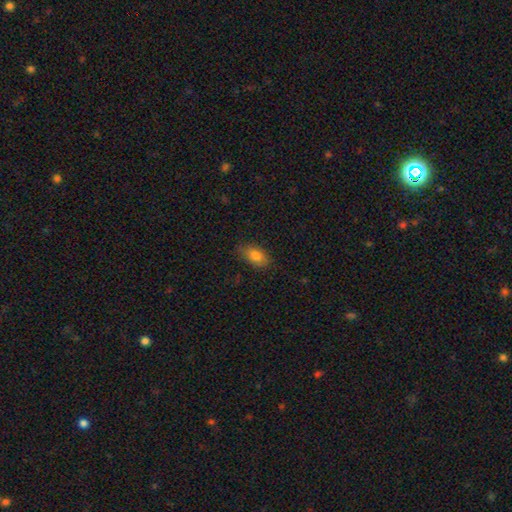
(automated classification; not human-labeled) A smooth galaxy with no disk features (81%) that is in between round and cigar-shaped (89%). Merging: none (77%).